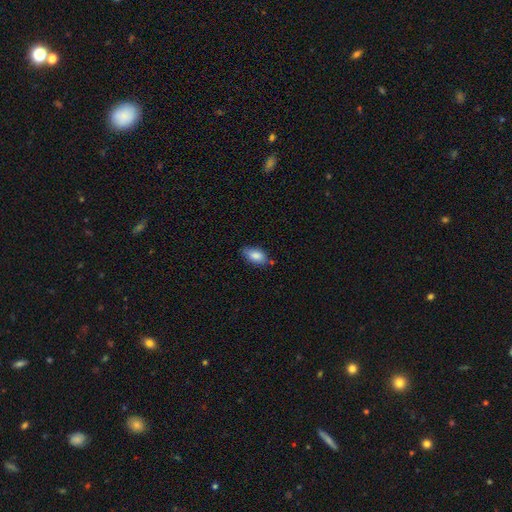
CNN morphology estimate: Q: Smooth or featured?
A: smooth (85%); runner-up: featured or disk (8%)
Q: How rounded?
A: in between (91%); runner-up: round (4%)
Q: Merging?
A: none (71%); runner-up: minor disturbance (22%)